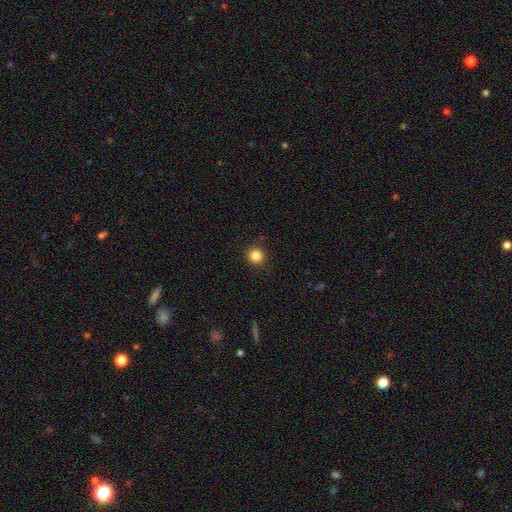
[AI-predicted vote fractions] A smooth galaxy with no disk features (85%) that is round (94%). Merging: none (91%).